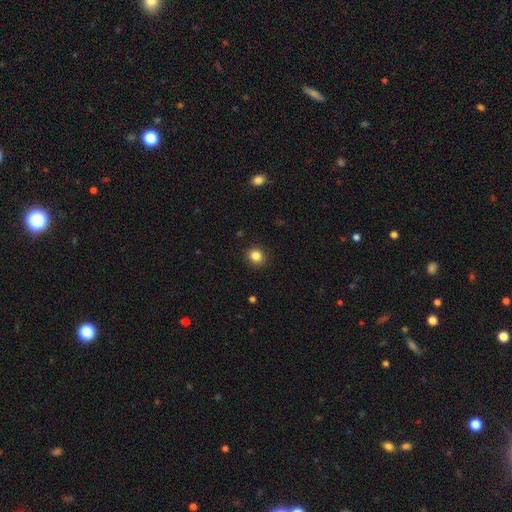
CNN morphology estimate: The model was most divided on "smooth or featured": smooth: 84%, star or artifact: 11%, featured or disk: 5%. More confident: merging — none (92%); how rounded — round (88%).